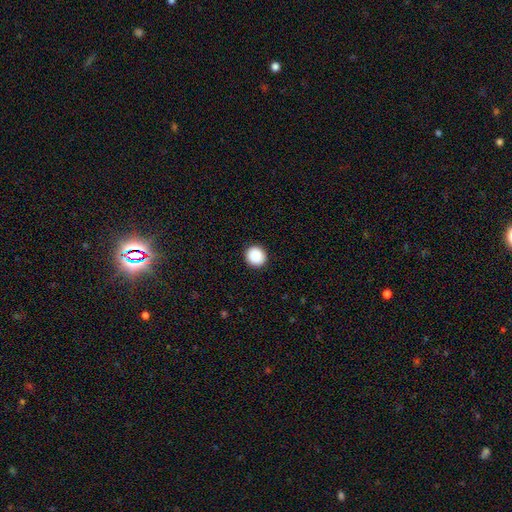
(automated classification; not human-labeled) A smooth galaxy with no disk features (89%) that is round (92%).

Vote fractions:
- Smooth or featured? smooth: 89% / star or artifact: 8% / featured or disk: 3%
- How rounded? round: 92% / in between: 7% / cigar-shaped: 1%
- Merging? none: 92% / minor disturbance: 5% / major disturbance: 2% / merger: 1%